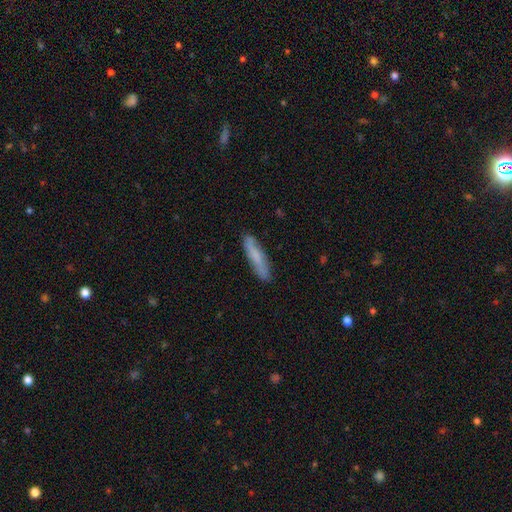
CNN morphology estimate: Smooth or featured? Predicted: smooth (p=0.68). How rounded? Predicted: cigar-shaped (p=0.87). Merging? Predicted: none (p=0.86).